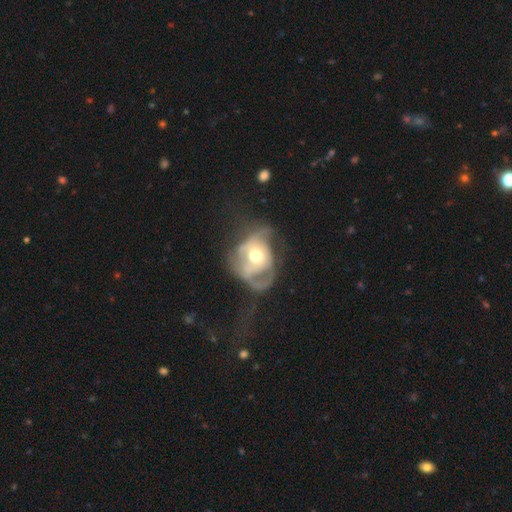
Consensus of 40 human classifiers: smooth-or-featured: featured or disk: 57% | smooth: 32% | star or artifact: 10%
  disk-edge-on: no: 96% | yes: 4%
    bar: no: 82% | weak: 14% | strong: 5%
    has-spiral-arms: no: 55% | yes: 45%
    bulge-size: moderate: 82% | large: 14% | small: 5% | dominant: 0% | none: 0%
  merging: major disturbance: 56% | none: 33% | minor disturbance: 8% | merger: 3%